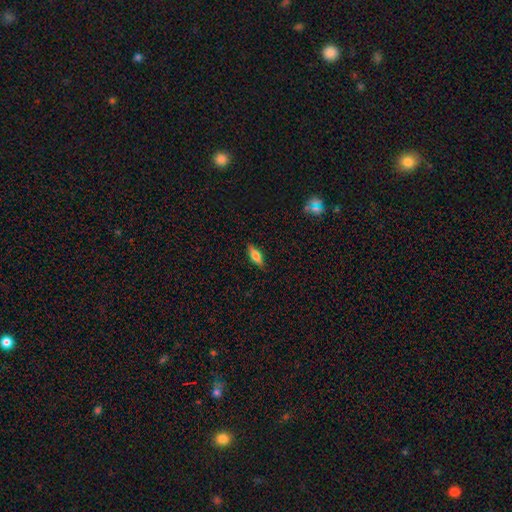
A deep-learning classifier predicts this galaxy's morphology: This appears to be a smooth galaxy with no disk features (65%) that is in between round and cigar-shaped (66%). Merging: none (86%).